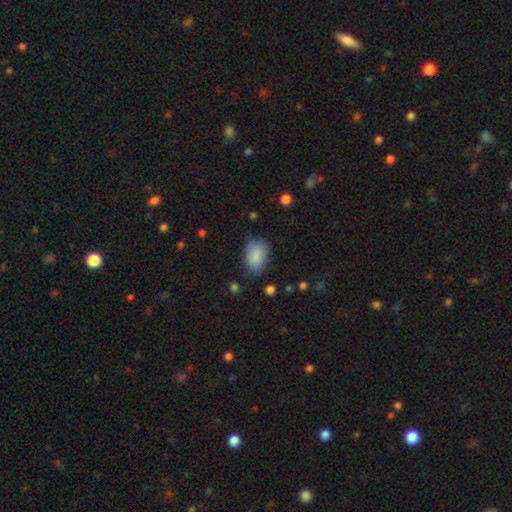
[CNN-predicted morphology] Smooth or featured? Predicted: smooth (p=0.86). How rounded? Predicted: in between (p=0.87). Merging? Predicted: none (p=0.70).